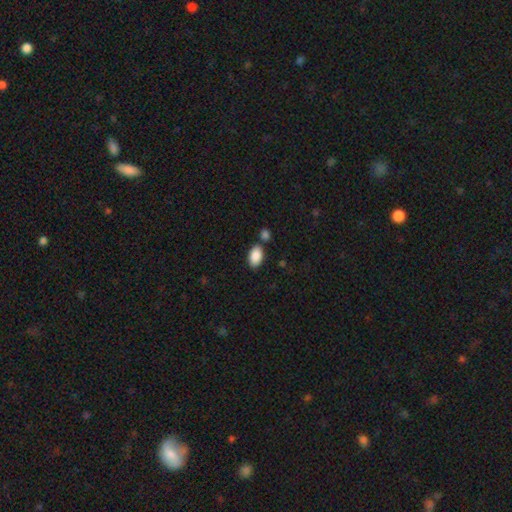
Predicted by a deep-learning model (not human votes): A smooth galaxy with no disk features (88%) that is in between round and cigar-shaped (94%).

Vote fractions:
- Smooth or featured? smooth: 88% / star or artifact: 7% / featured or disk: 5%
- How rounded? in between: 94% / round: 5% / cigar-shaped: 2%
- Merging? none: 74% / merger: 12% / minor disturbance: 11% / major disturbance: 3%